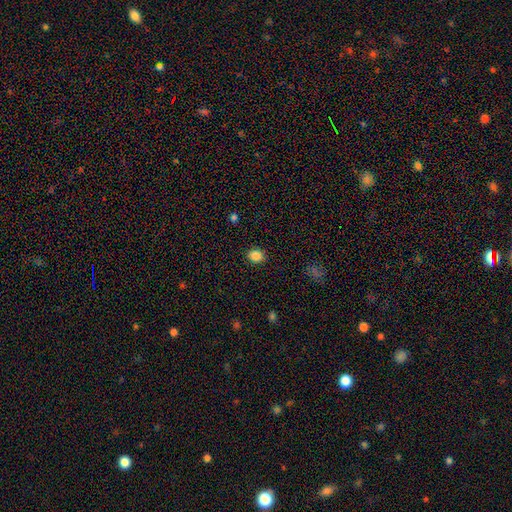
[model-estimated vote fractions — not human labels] Smooth or featured?
  - smooth: 86% *
  - star or artifact: 11%
  - featured or disk: 4%
How rounded?
  - round: 67% *
  - in between: 32%
  - cigar-shaped: 1%
Merging?
  - none: 90% *
  - minor disturbance: 7%
  - major disturbance: 2%
  - merger: 1%